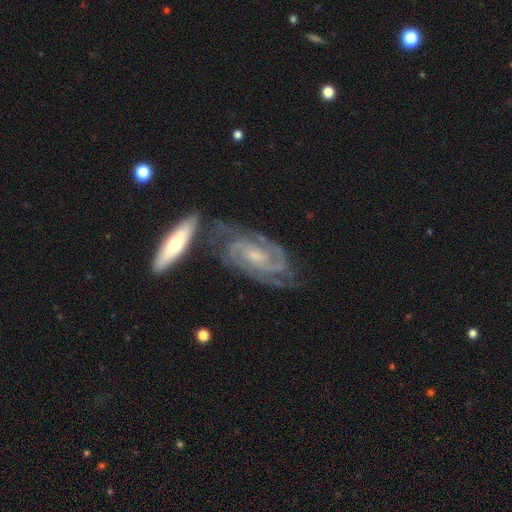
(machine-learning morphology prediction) Overall: featured or disk (89%). Edge-on disk: no (94%). Bar: no (49%; weak 38%). Spiral arms: yes (98%). Spiral arm count: 2 (54%; 3 22%). Spiral winding: tight (65%; medium 30%). Bulge size: small (59%; moderate 30%). Merging: none (68%).